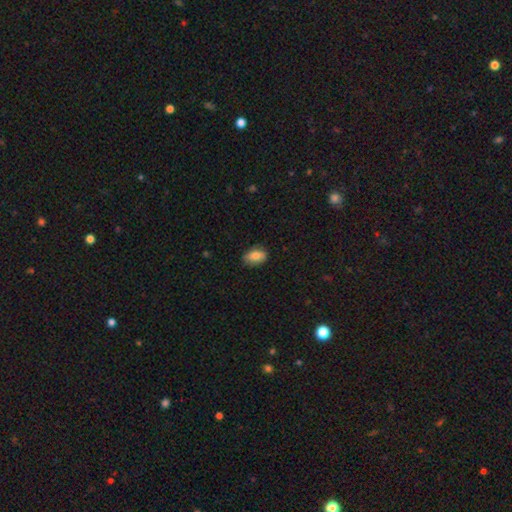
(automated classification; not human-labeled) Q: Smooth or featured?
A: smooth (80%); runner-up: featured or disk (12%)
Q: How rounded?
A: in between (86%); runner-up: round (12%)
Q: Merging?
A: none (79%); runner-up: minor disturbance (17%)